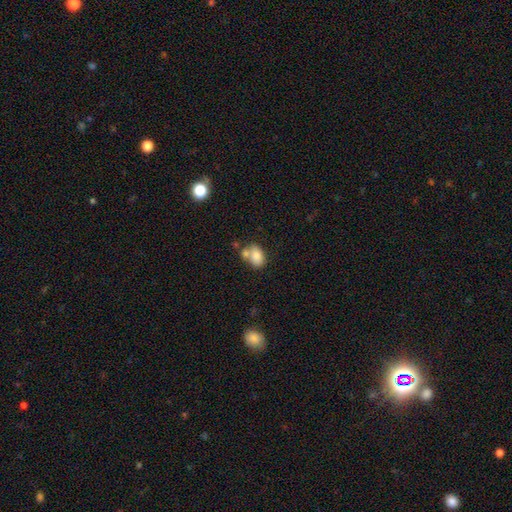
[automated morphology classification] smooth-or-featured: smooth: 80% | featured or disk: 11% | star or artifact: 9%
  how-rounded: in between: 82% | round: 17% | cigar-shaped: 1%
  merging: none: 42% | merger: 38% | minor disturbance: 15% | major disturbance: 5%